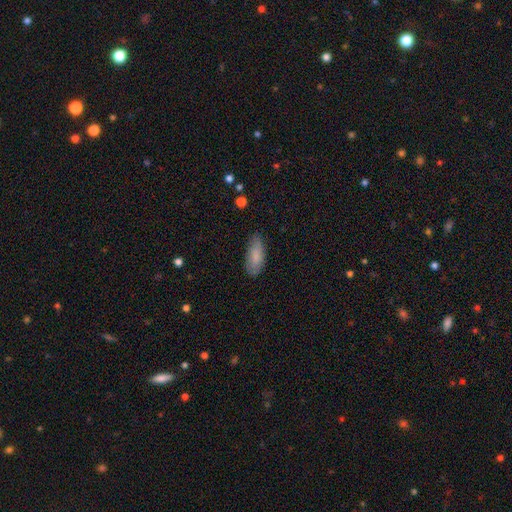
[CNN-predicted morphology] Smooth or featured? smooth (83%)
How rounded? in between (82%)
Merging? none (77%)